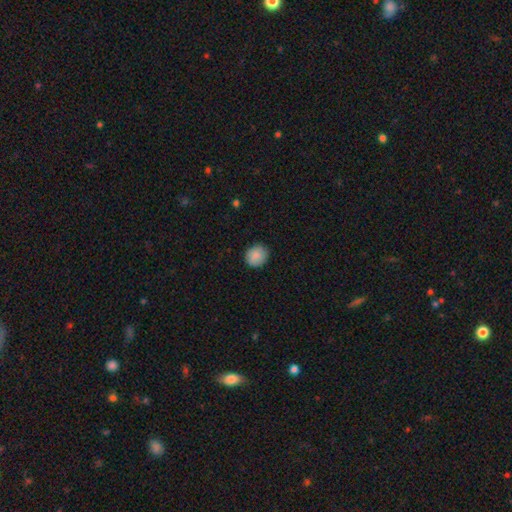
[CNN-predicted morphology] smooth-or-featured: smooth: 88% | star or artifact: 7% | featured or disk: 5%
  how-rounded: round: 80% | in between: 19% | cigar-shaped: 1%
  merging: none: 86% | minor disturbance: 11% | major disturbance: 2% | merger: 1%